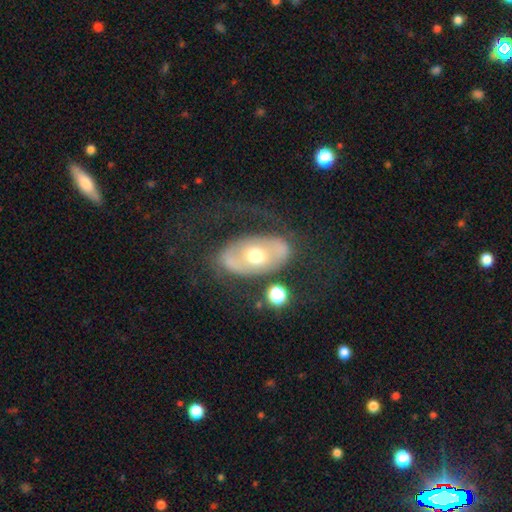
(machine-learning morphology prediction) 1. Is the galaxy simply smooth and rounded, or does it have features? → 59% featured or disk, 35% smooth, 6% star or artifact.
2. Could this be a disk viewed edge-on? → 91% no, 9% yes.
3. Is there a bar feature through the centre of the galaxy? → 71% no, 18% weak, 11% strong.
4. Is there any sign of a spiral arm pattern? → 65% no, 35% yes.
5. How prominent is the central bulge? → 74% moderate, 12% large, 11% small, 2% dominant, 1% none.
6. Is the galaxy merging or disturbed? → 55% none, 21% major disturbance, 18% minor disturbance, 6% merger.